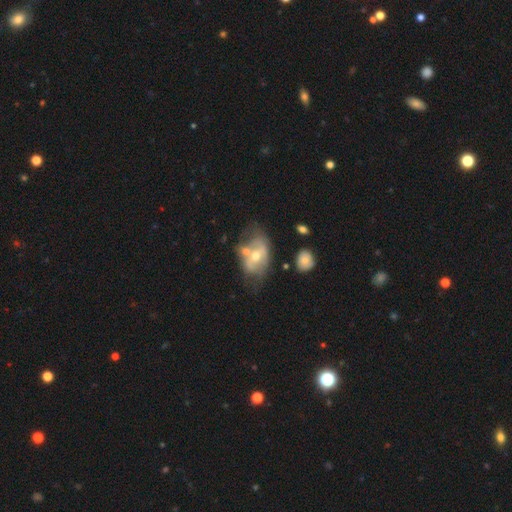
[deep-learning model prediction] A featured or disk galaxy (60%) with no bar (54%), no spiral arms (61%) and a moderate central bulge (61%).

Vote fractions:
- Smooth or featured? featured or disk: 60% / smooth: 32% / star or artifact: 8%
- Edge-on disk? no: 94% / yes: 6%
- Bar? no: 54% / weak: 28% / strong: 18%
- Spiral arms? no: 61% / yes: 39%
- Bulge size? moderate: 61% / small: 33% / large: 4% / none: 1% / dominant: 1%
- Merging? none: 35% / merger: 25% / minor disturbance: 22% / major disturbance: 18%